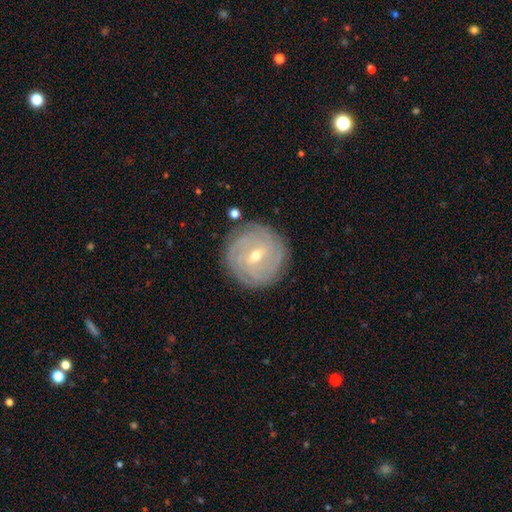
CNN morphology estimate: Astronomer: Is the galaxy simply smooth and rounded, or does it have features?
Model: featured or disk — 83%.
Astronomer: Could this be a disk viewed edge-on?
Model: no — 97%.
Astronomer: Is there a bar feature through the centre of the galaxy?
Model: weak — 57%.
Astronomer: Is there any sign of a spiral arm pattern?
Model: yes — 94%.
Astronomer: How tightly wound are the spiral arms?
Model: tight — 83%.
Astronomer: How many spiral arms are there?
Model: can't tell — 33% (runner-up: 4, 22%).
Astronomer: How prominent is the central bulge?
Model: moderate — 53% (runner-up: small, 44%).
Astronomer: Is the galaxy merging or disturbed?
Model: none — 87%.